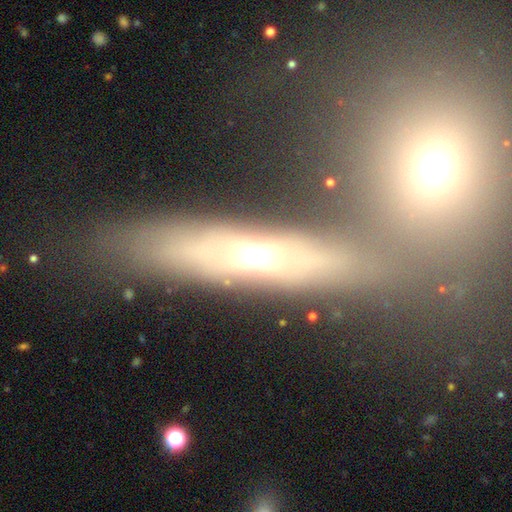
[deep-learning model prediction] This appears to be a featured or disk galaxy (50%) viewed edge-on (62%). Merging: none (62%).